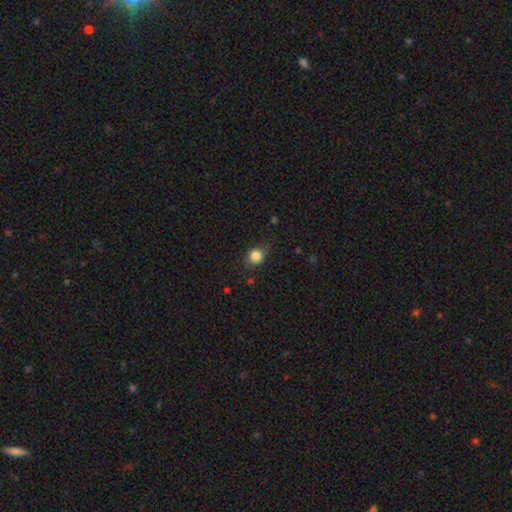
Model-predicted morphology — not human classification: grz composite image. It shows a smooth galaxy with no disk features (83%) that is round (77%). Merging: none (78%).